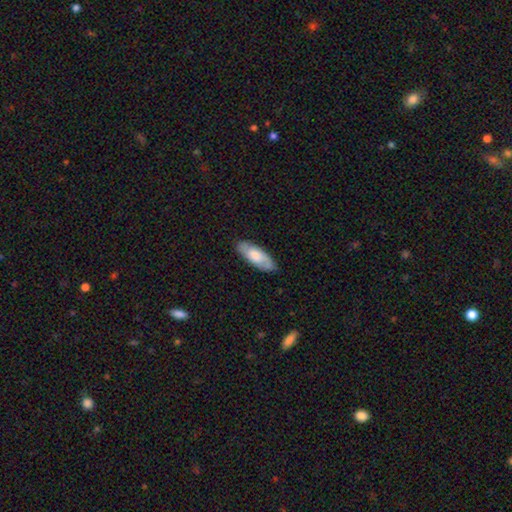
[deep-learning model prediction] Smooth or featured?
  - smooth: 64% *
  - featured or disk: 30%
  - star or artifact: 6%
How rounded?
  - in between: 73% *
  - cigar-shaped: 26%
  - round: 2%
Merging?
  - none: 81% *
  - minor disturbance: 15%
  - major disturbance: 3%
  - merger: 1%